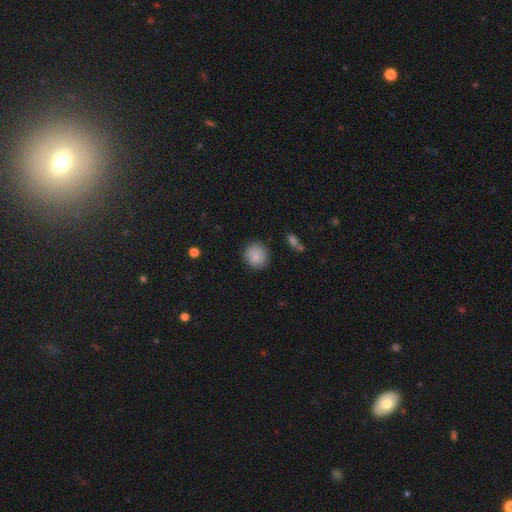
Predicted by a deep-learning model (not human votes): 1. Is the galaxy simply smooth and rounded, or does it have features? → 86% smooth, 8% star or artifact, 6% featured or disk.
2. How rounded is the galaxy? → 84% round, 15% in between, 1% cigar-shaped.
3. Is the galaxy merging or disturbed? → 85% none, 11% minor disturbance, 3% major disturbance, 2% merger.